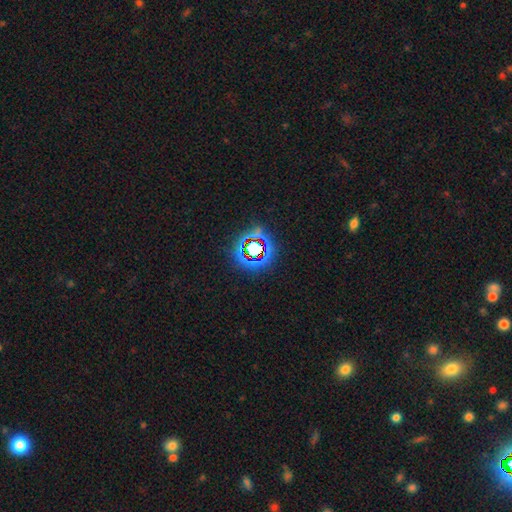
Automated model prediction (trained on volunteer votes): A star or artifact, not a galaxy (77%).